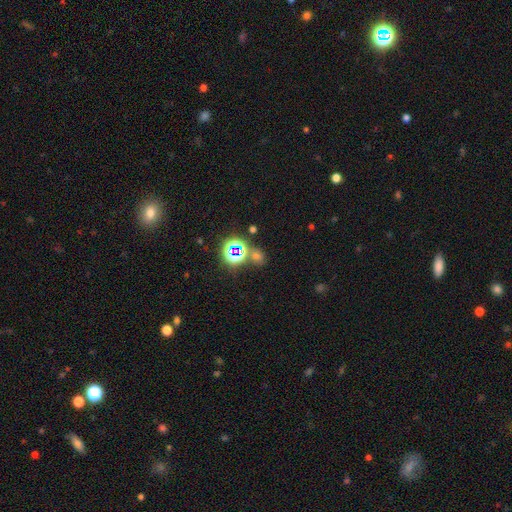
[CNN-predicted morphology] This is possibly a star or artifact rather than a galaxy (55%).